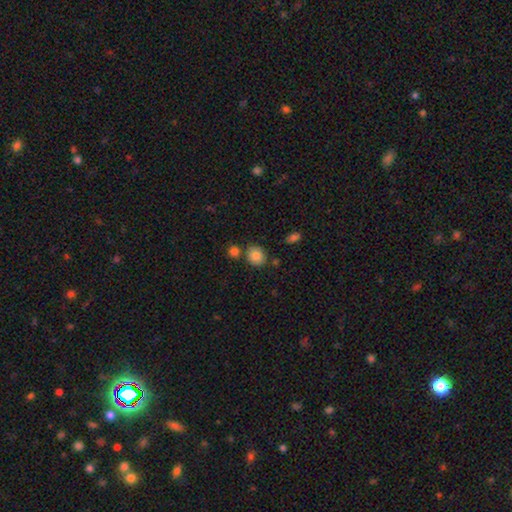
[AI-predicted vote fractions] This is clearly a smooth galaxy (83%). How rounded: likely round (71%). Merging: likely none (74%).